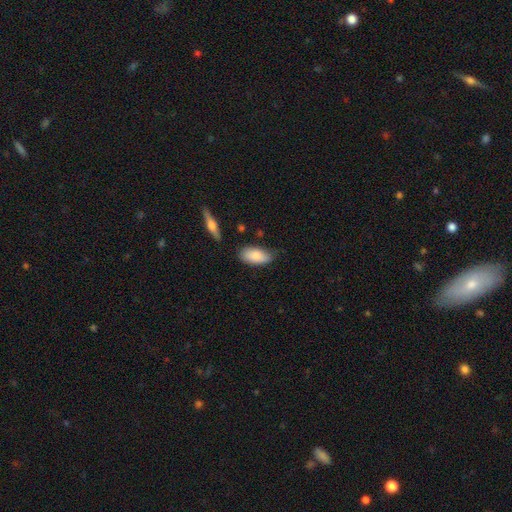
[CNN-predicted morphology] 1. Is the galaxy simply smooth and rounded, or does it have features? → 82% smooth, 12% featured or disk, 6% star or artifact.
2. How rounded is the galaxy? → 91% in between, 7% cigar-shaped, 2% round.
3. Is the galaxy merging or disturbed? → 72% none, 22% minor disturbance, 3% major disturbance, 3% merger.